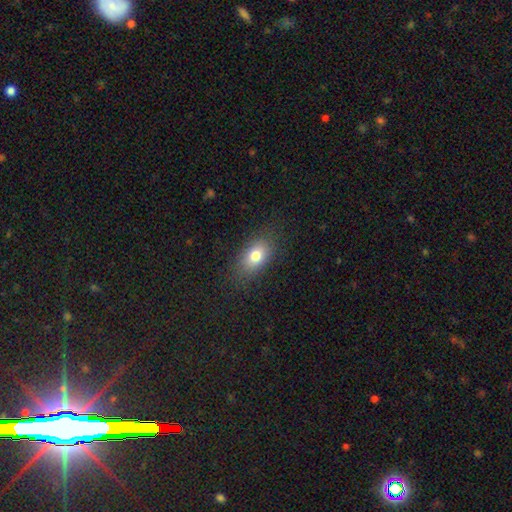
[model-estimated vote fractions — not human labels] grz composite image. It shows a smooth galaxy with no disk features (77%) that is in between round and cigar-shaped (83%). Merging: none (82%).